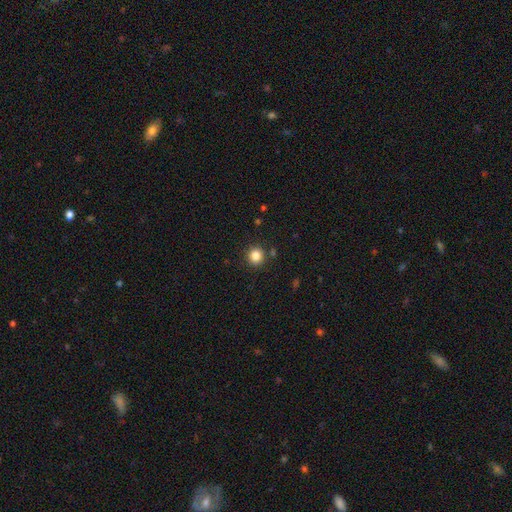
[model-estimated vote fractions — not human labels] Smooth or featured?
  - smooth: 84% *
  - star or artifact: 12%
  - featured or disk: 4%
How rounded?
  - round: 92% *
  - in between: 7%
  - cigar-shaped: 1%
Merging?
  - none: 89% *
  - minor disturbance: 6%
  - merger: 3%
  - major disturbance: 2%